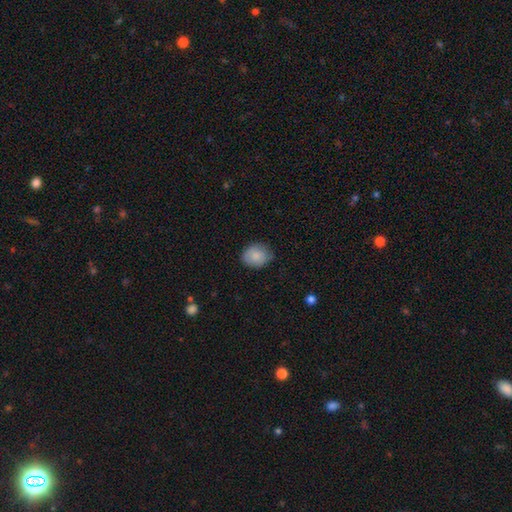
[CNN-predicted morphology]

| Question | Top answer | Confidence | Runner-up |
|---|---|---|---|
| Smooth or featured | smooth | 85% | featured or disk (8%) |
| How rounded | round | 54% | in between (45%) |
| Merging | none | 74% | minor disturbance (22%) |